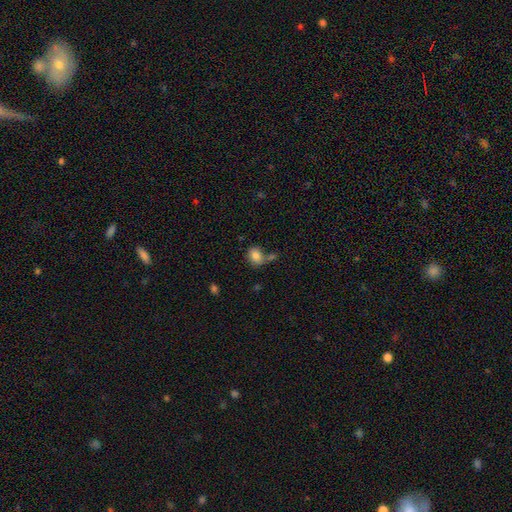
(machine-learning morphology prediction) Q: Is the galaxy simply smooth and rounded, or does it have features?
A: smooth — 81%.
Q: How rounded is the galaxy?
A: in between — 58%.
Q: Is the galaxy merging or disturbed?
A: none — 48%.